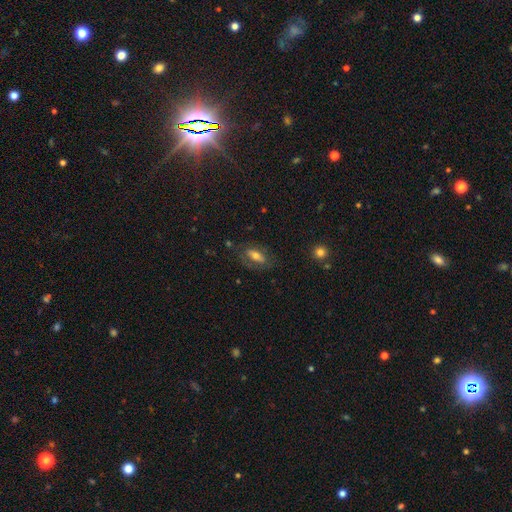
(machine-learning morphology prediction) A smooth galaxy with no disk features (56%) that is in between round and cigar-shaped (82%). Merging: none (67%).